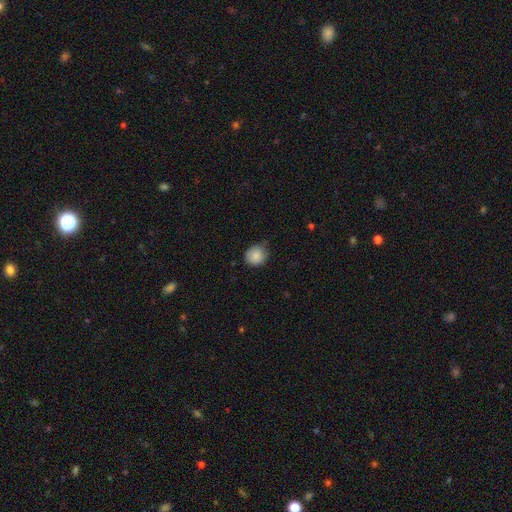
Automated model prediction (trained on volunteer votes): smooth_or_featured: smooth (p=0.87) [alt: star or artifact p=0.09]
how_rounded: round (p=0.85) [alt: in between p=0.14]
merging: none (p=0.71) [alt: minor disturbance p=0.24]